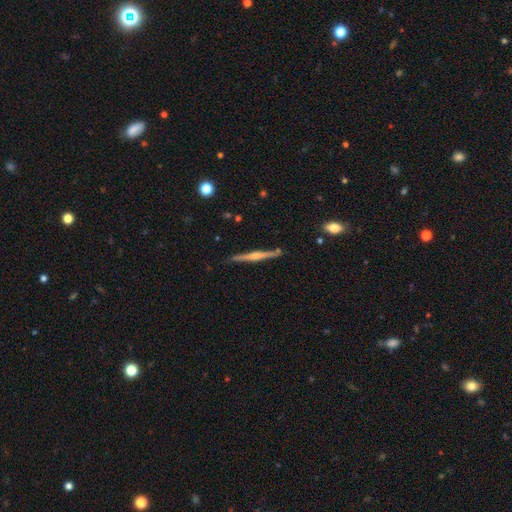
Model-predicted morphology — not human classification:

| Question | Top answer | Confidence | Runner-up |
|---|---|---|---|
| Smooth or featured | featured or disk | 72% | smooth (22%) |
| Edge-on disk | yes | 98% | no (2%) |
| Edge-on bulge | rounded | 72% | none (17%) |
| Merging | none | 89% | minor disturbance (8%) |